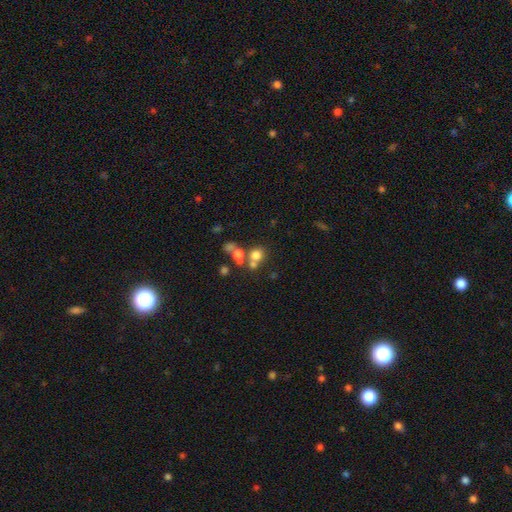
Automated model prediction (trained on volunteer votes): This is likely a smooth galaxy (67%). How rounded: likely round (78%). Merging: marginally none (44%).